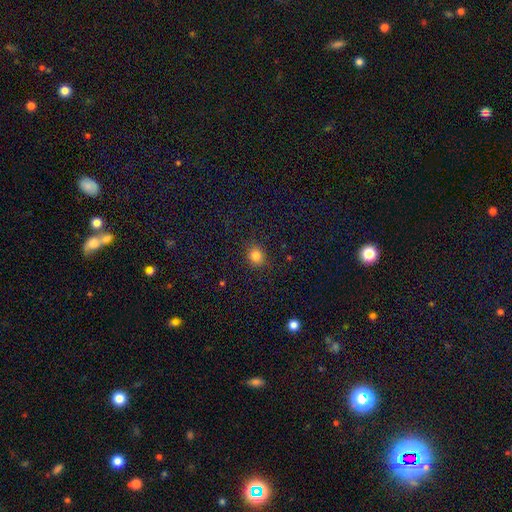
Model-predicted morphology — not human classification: The model was most divided on "how rounded": round: 79%, in between: 20%, cigar-shaped: 1%. More confident: merging — none (87%); smooth or featured — smooth (82%).